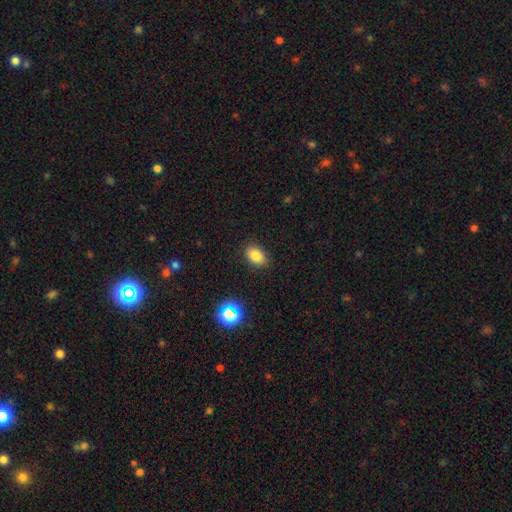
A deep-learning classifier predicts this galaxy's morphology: A smooth galaxy with no disk features (82%) that is in between round and cigar-shaped (83%).

Vote fractions:
- Smooth or featured? smooth: 82% / star or artifact: 12% / featured or disk: 7%
- How rounded? in between: 83% / round: 16% / cigar-shaped: 1%
- Merging? none: 87% / minor disturbance: 10% / major disturbance: 2% / merger: 1%